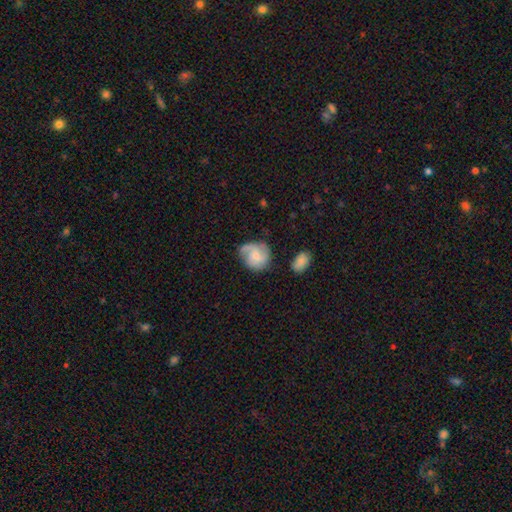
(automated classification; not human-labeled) Q: Smooth or featured?
A: featured or disk (57%); runner-up: smooth (36%)
Q: Edge-on disk?
A: no (98%); runner-up: yes (2%)
Q: Bar?
A: no (62%); runner-up: weak (34%)
Q: Spiral arms?
A: yes (90%); runner-up: no (10%)
Q: Spiral winding?
A: medium (45%); runner-up: tight (29%)
Q: Spiral arm count?
A: 2 (40%); runner-up: 3 (23%)
Q: Bulge size?
A: small (48%); runner-up: moderate (31%)
Q: Merging?
A: none (60%); runner-up: minor disturbance (25%)